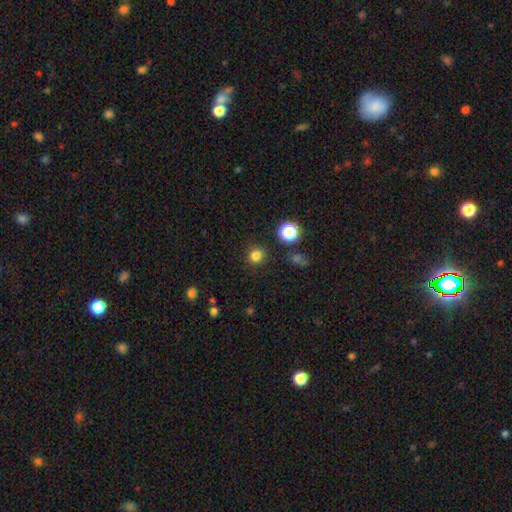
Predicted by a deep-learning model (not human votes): This appears to be a smooth galaxy with no disk features (80%) that is round (90%). Merging: none (89%).